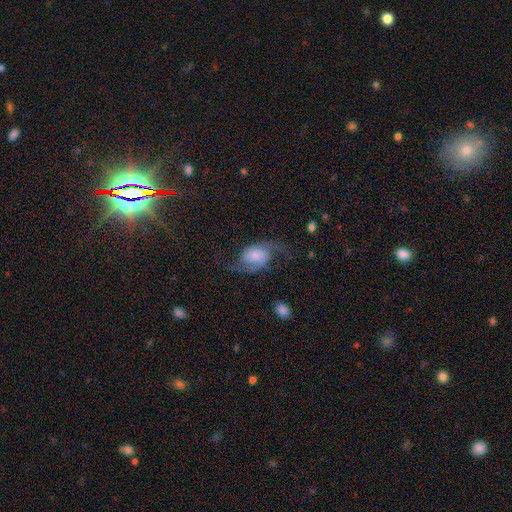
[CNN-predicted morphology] Smooth or featured: featured or disk — 77% (smooth — 16%)
Edge-on disk: no — 97% (yes — 3%)
Bar: no — 60% (weak — 31%)
Spiral arms: yes — 95% (no — 5%)
Spiral winding: loose — 65% (medium — 28%)
Spiral arm count: 2 — 93% (can't tell — 2%)
Bulge size: large — 25% (small — 24%)
Merging: none — 61% (minor disturbance — 18%)